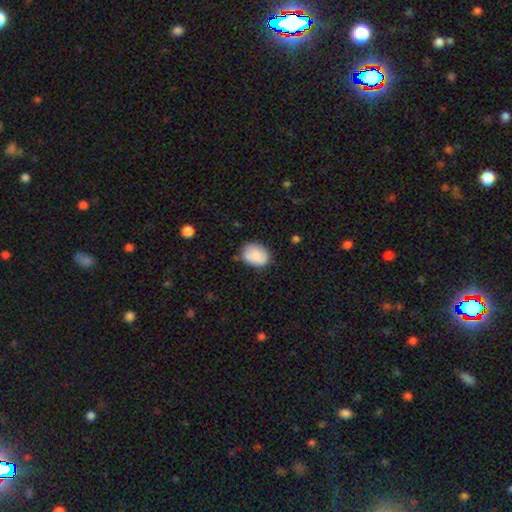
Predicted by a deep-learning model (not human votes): Smooth or featured?
  - smooth: 83% *
  - featured or disk: 10%
  - star or artifact: 7%
How rounded?
  - in between: 65% *
  - round: 34%
  - cigar-shaped: 1%
Merging?
  - none: 72% *
  - minor disturbance: 22%
  - major disturbance: 4%
  - merger: 2%